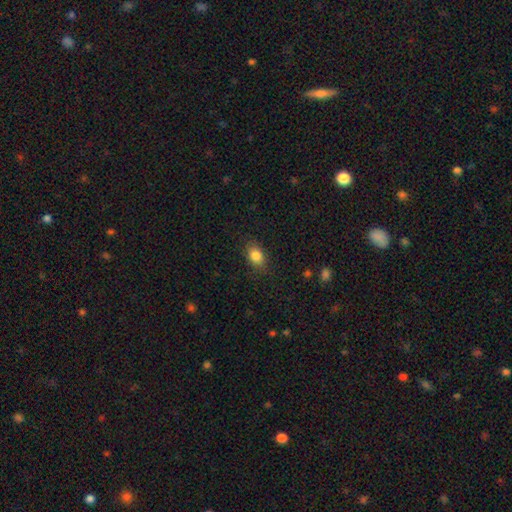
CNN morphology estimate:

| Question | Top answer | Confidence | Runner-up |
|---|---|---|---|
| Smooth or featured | smooth | 85% | star or artifact (9%) |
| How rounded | in between | 75% | round (23%) |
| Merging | none | 83% | minor disturbance (13%) |